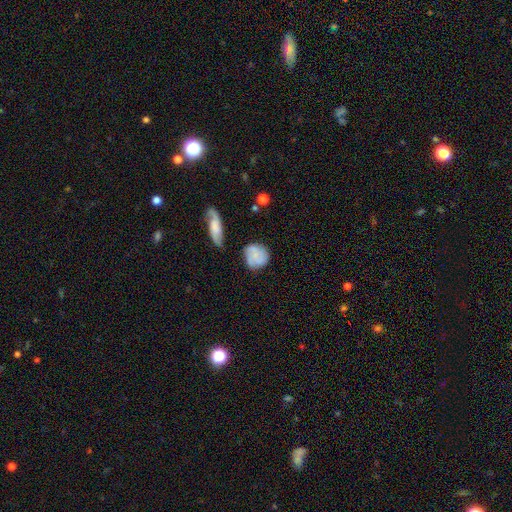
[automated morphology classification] smooth-or-featured: smooth: 55% | featured or disk: 37% | star or artifact: 8%
  how-rounded: round: 75% | in between: 23% | cigar-shaped: 2%
  merging: none: 63% | minor disturbance: 23% | major disturbance: 8% | merger: 6%